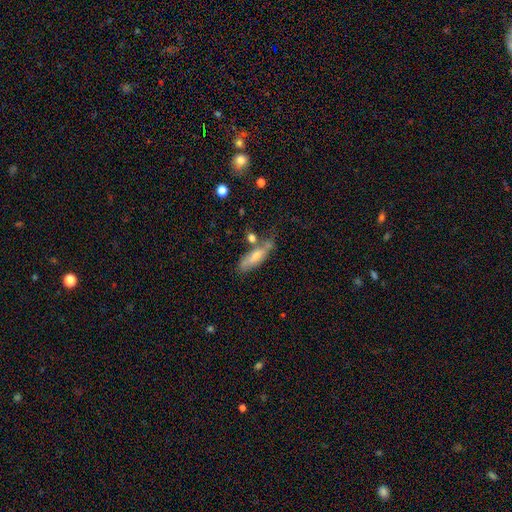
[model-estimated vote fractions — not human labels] smooth_or_featured: smooth (p=0.57) [alt: featured or disk p=0.35]
how_rounded: in between (p=0.49) [alt: cigar-shaped p=0.48]
merging: none (p=0.48) [alt: minor disturbance p=0.25]